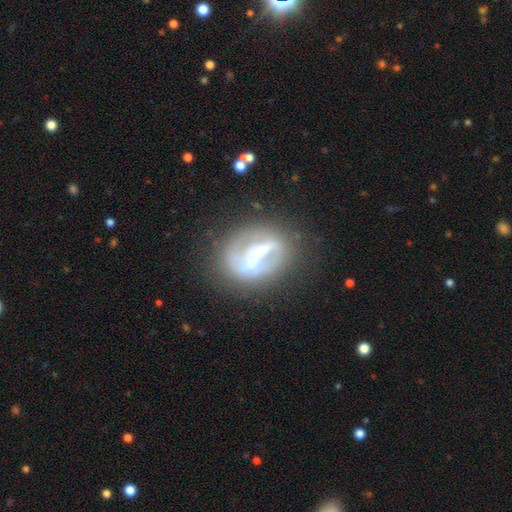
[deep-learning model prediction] Smooth or featured? Predicted: featured or disk (p=0.74). Edge-on disk? Predicted: no (p=0.89). Bar? Predicted: strong (p=0.71). Spiral arms? Predicted: no (p=0.59). Bulge size? Predicted: moderate (p=0.45). Merging? Predicted: none (p=0.68).